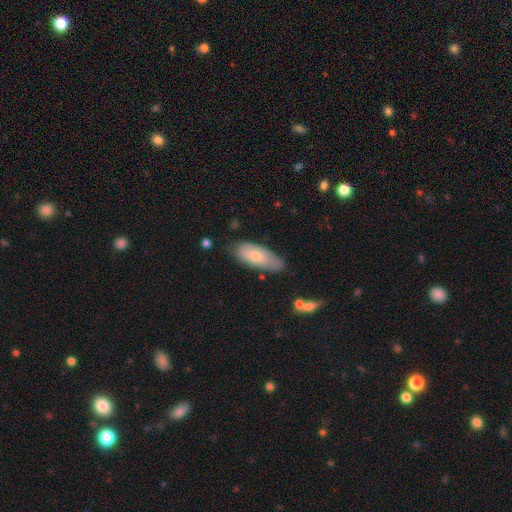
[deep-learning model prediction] smooth-or-featured: smooth: 67% | featured or disk: 27% | star or artifact: 6%
  how-rounded: in between: 80% | cigar-shaped: 18% | round: 2%
  merging: none: 67% | minor disturbance: 25% | major disturbance: 5% | merger: 2%